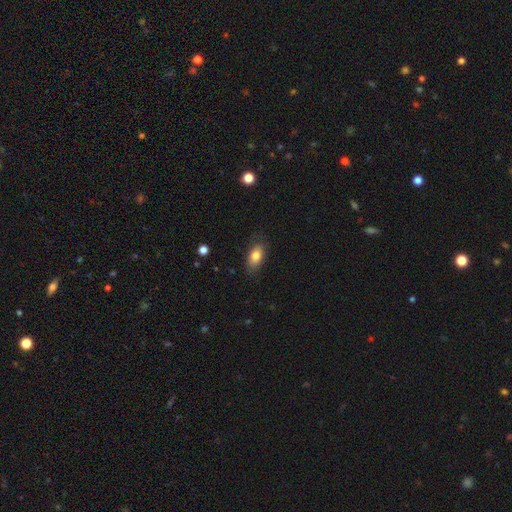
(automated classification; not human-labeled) Overall: smooth (81%). How rounded: in between (89%). Merging: none (81%).